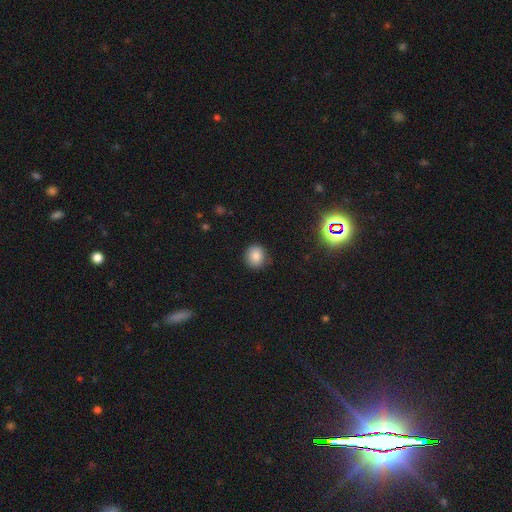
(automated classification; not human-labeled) Smooth or featured: smooth — 82% (star or artifact — 11%)
How rounded: round — 90% (in between — 9%)
Merging: none — 88% (minor disturbance — 8%)